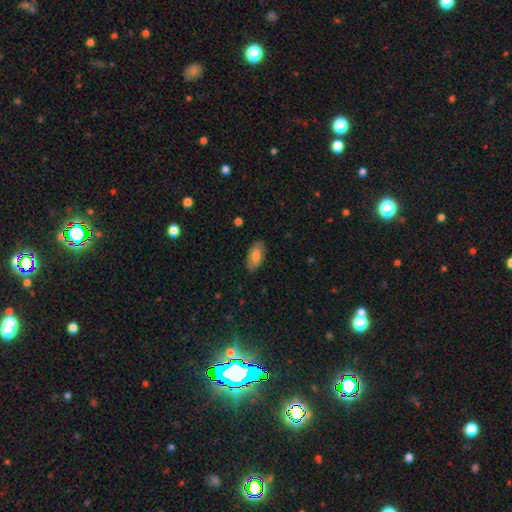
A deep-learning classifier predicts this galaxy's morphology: smooth 76%, featured or disk 17%, star or artifact 7%. Down the decision tree: how rounded — in between (92%); merging — none (81%).